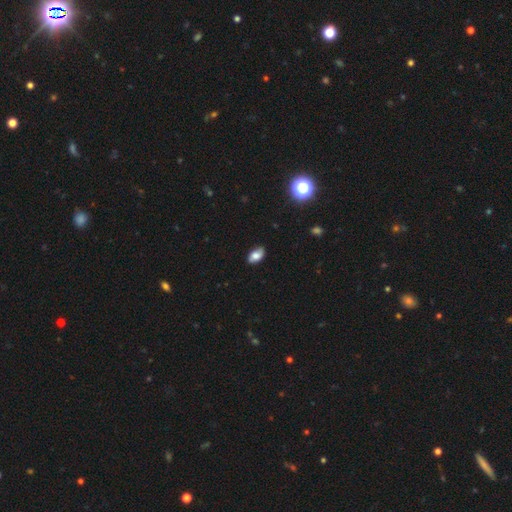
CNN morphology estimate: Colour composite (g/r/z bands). It shows a smooth galaxy with no disk features (74%) that is in between round and cigar-shaped (92%). Merging: none (82%).